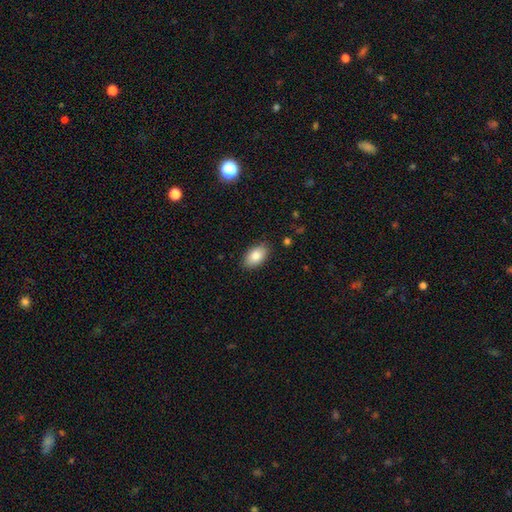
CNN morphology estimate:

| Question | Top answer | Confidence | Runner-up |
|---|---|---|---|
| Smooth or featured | smooth | 84% | featured or disk (9%) |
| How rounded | in between | 92% | round (6%) |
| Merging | none | 87% | minor disturbance (10%) |